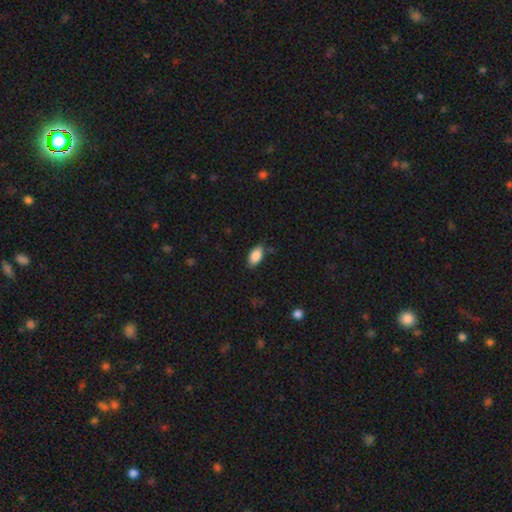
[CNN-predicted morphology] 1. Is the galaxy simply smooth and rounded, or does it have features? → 88% smooth, 7% star or artifact, 5% featured or disk.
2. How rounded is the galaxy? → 93% in between, 4% round, 3% cigar-shaped.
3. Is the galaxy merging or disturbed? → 81% none, 14% minor disturbance, 3% major disturbance, 1% merger.